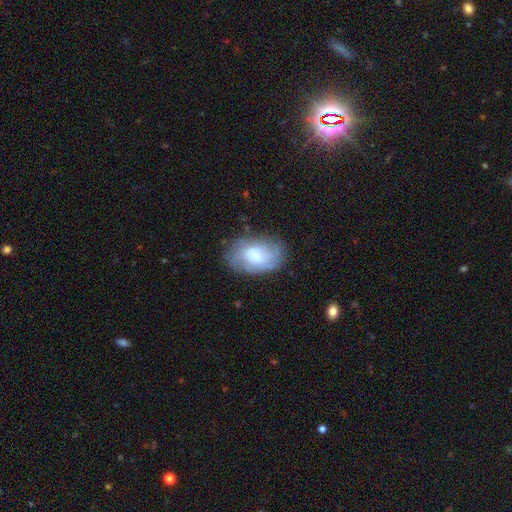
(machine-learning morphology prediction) Q: Smooth or featured?
A: featured or disk (48%); runner-up: smooth (44%)
Q: Merging?
A: none (67%); runner-up: minor disturbance (22%)